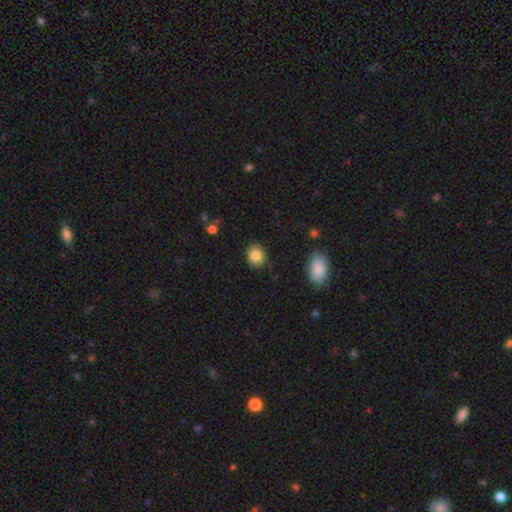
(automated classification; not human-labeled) Morphology: type=smooth (84%); roundness=round (68%); merging=none (85%).